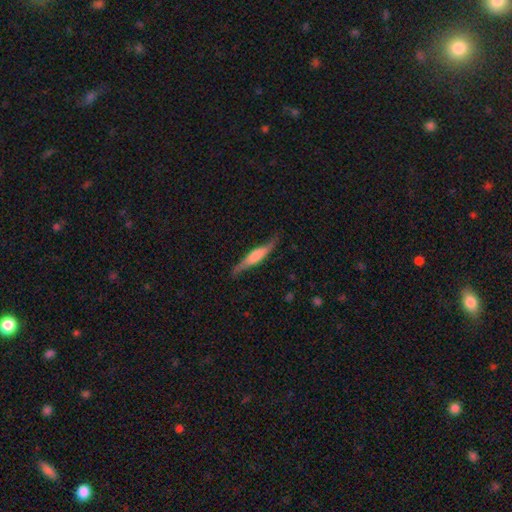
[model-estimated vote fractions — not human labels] smooth_or_featured: featured or disk (p=0.53) [alt: smooth p=0.41]
disk_edge_on: yes (p=0.81) [alt: no p=0.19]
merging: none (p=0.74) [alt: minor disturbance p=0.20]